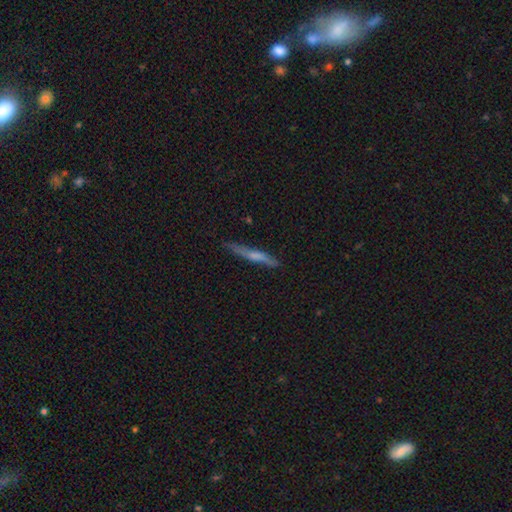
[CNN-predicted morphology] smooth_or_featured: featured or disk (p=0.49) [alt: smooth p=0.44]
merging: none (p=0.82) [alt: minor disturbance p=0.14]